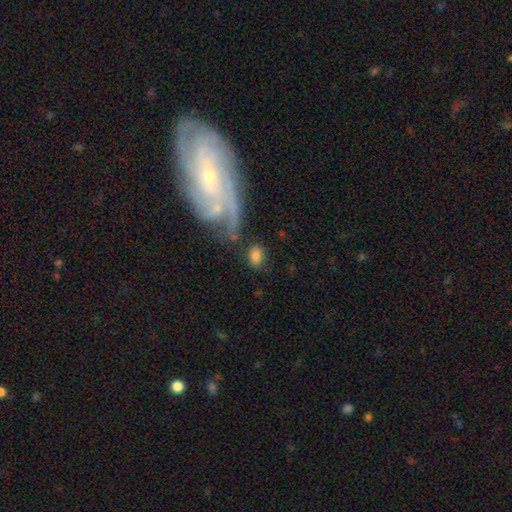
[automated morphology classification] This is likely a smooth galaxy (75%). How rounded: clearly in between (81%). Merging: likely none (68%).